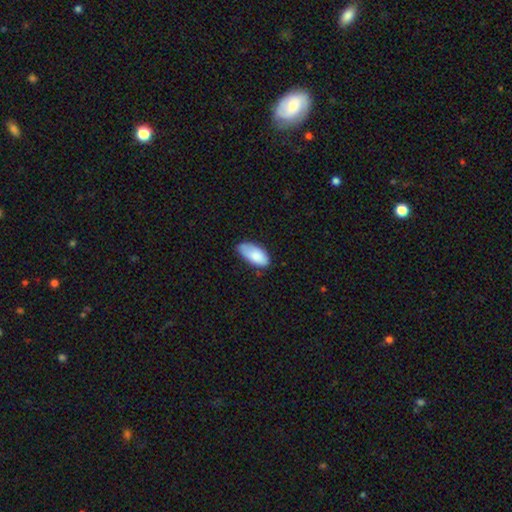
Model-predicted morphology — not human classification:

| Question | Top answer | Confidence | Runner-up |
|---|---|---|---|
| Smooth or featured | smooth | 82% | featured or disk (12%) |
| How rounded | in between | 93% | cigar-shaped (5%) |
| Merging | none | 58% | minor disturbance (33%) |